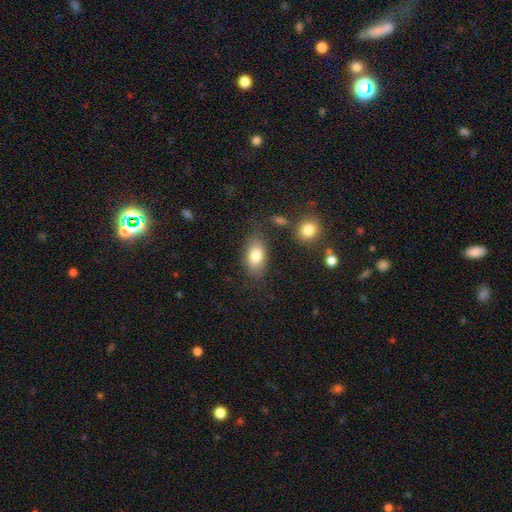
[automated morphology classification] type=smooth (80%); roundness=in between (88%); merging=none (75%).